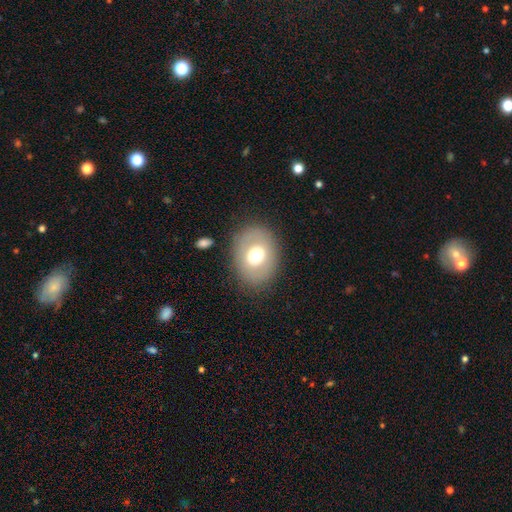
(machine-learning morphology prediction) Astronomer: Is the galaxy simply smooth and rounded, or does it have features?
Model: smooth — 61%.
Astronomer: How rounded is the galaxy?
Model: in between — 59% (runner-up: round, 40%).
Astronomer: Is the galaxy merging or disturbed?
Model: none — 82%.